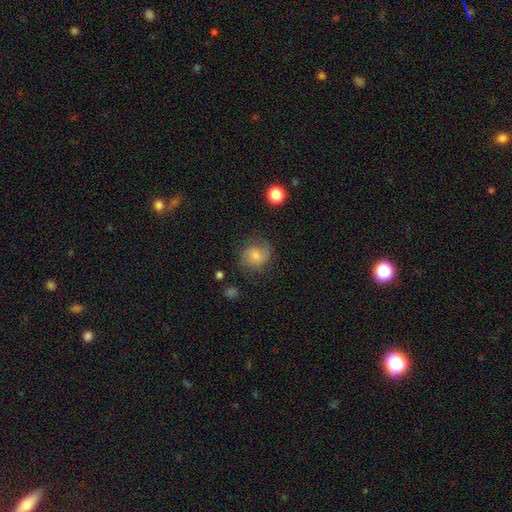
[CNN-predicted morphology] This appears to be a smooth galaxy with no disk features (48%). Merging: none (65%).